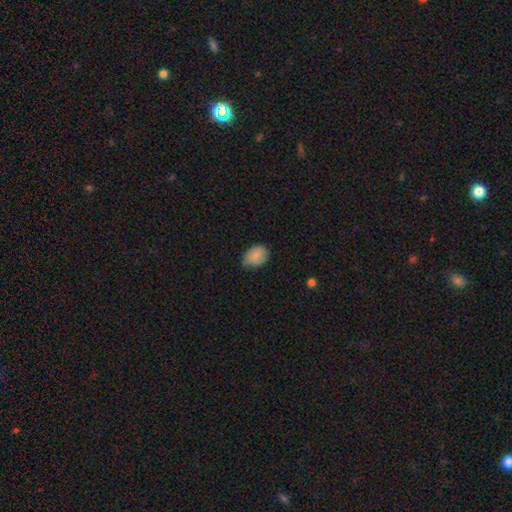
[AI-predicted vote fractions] smooth 86%, featured or disk 8%, star or artifact 7%. Down the decision tree: how rounded — in between (74%); merging — none (69%).